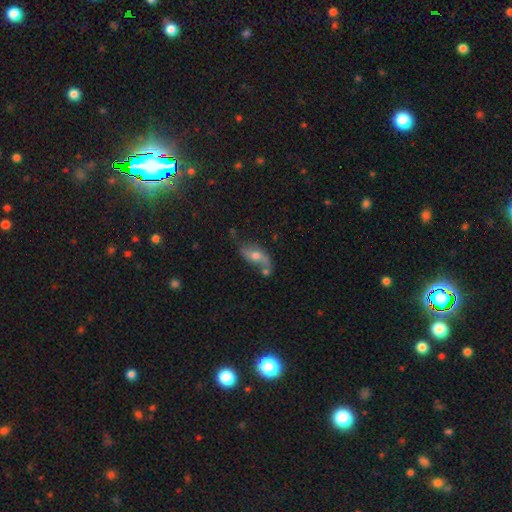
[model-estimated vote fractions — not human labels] Morphology: type=featured or disk (50%); merging=none (47%).